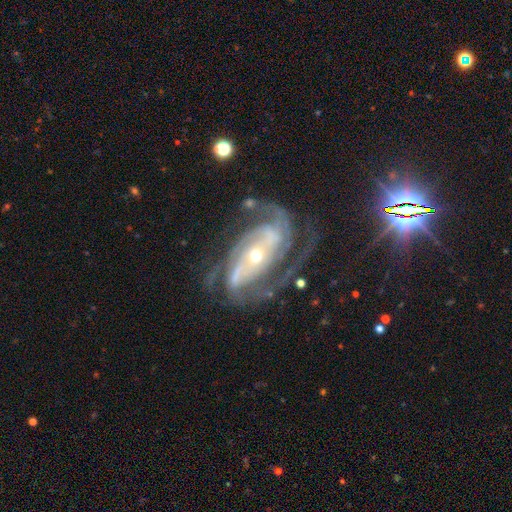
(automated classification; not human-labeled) Q: Smooth or featured?
A: featured or disk (90%); runner-up: star or artifact (6%)
Q: Edge-on disk?
A: no (96%); runner-up: yes (4%)
Q: Bar?
A: no (42%); runner-up: strong (32%)
Q: Spiral arms?
A: yes (98%); runner-up: no (2%)
Q: Spiral winding?
A: tight (49%); runner-up: medium (42%)
Q: Spiral arm count?
A: 2 (40%); runner-up: 3 (31%)
Q: Bulge size?
A: small (51%); runner-up: moderate (45%)
Q: Merging?
A: none (65%); runner-up: minor disturbance (18%)